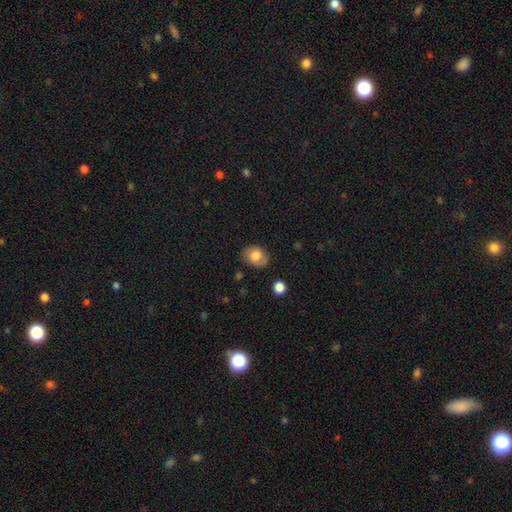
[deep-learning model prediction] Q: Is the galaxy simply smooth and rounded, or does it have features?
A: smooth — 72%.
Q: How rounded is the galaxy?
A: in between — 66%.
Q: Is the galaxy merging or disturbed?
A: none — 76%.